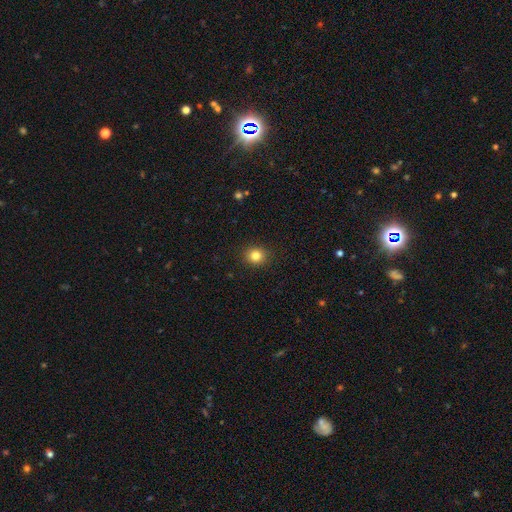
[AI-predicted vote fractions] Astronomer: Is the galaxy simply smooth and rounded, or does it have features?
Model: smooth — 82%.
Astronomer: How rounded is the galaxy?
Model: round — 81%.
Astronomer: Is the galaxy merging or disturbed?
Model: none — 91%.